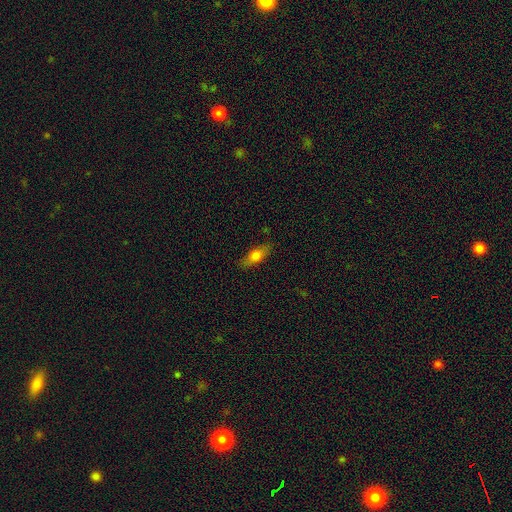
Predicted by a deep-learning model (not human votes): Smooth or featured?
  - smooth: 71% *
  - featured or disk: 22%
  - star or artifact: 8%
How rounded?
  - in between: 68% *
  - cigar-shaped: 28%
  - round: 3%
Merging?
  - none: 82% *
  - minor disturbance: 14%
  - major disturbance: 3%
  - merger: 1%